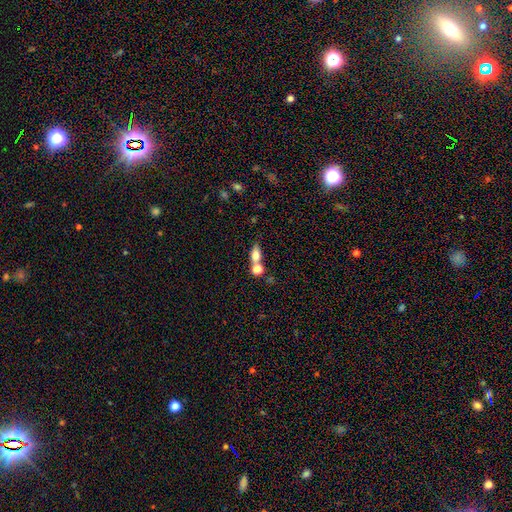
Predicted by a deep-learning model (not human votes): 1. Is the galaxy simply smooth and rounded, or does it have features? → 74% smooth, 16% featured or disk, 10% star or artifact.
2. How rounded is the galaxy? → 67% in between, 22% round, 11% cigar-shaped.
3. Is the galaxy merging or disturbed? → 46% merger, 39% none, 10% minor disturbance, 5% major disturbance.